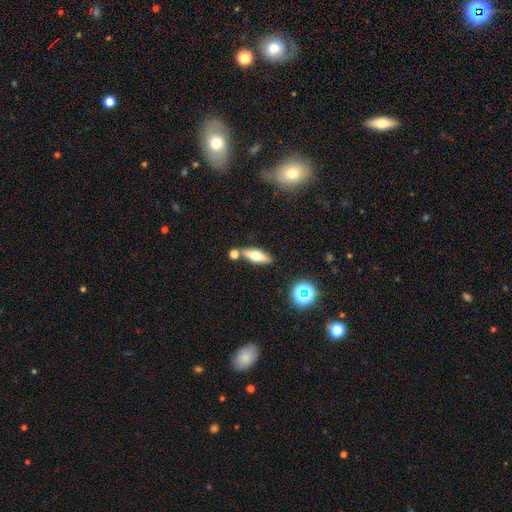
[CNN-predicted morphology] Smooth or featured? smooth (57%)
How rounded? in between (54%)
Merging? none (74%)